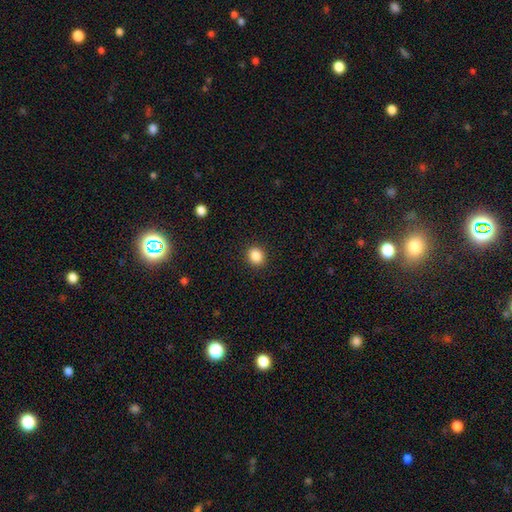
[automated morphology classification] type=smooth (87%); roundness=round (74%); merging=none (91%).